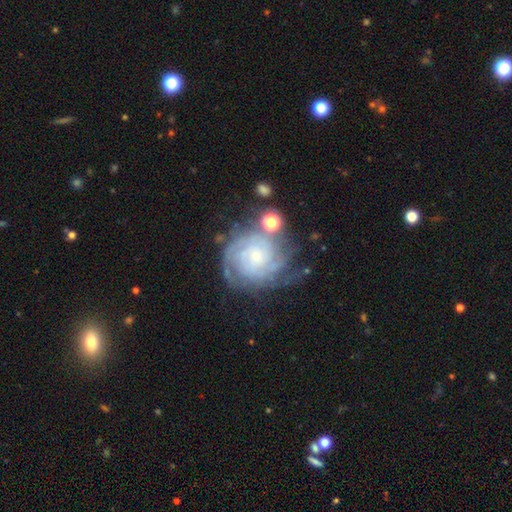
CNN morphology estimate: smooth_or_featured: featured or disk (p=0.86) [alt: smooth p=0.07]
disk_edge_on: no (p=0.98) [alt: yes p=0.02]
bar: no (p=0.75) [alt: weak p=0.20]
has_spiral_arms: yes (p=0.97) [alt: no p=0.03]
spiral_winding: tight (p=0.78) [alt: medium p=0.19]
spiral_arm_count: can't tell (p=0.26) [alt: 3 p=0.23]
bulge_size: small (p=0.73) [alt: moderate p=0.19]
merging: none (p=0.66) [alt: minor disturbance p=0.18]